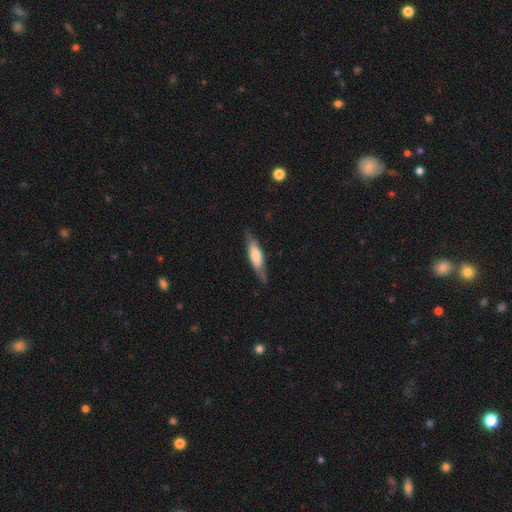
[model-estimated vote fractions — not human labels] This is possibly a smooth galaxy (55%). How rounded: likely cigar-shaped (63%). Merging: likely none (77%).